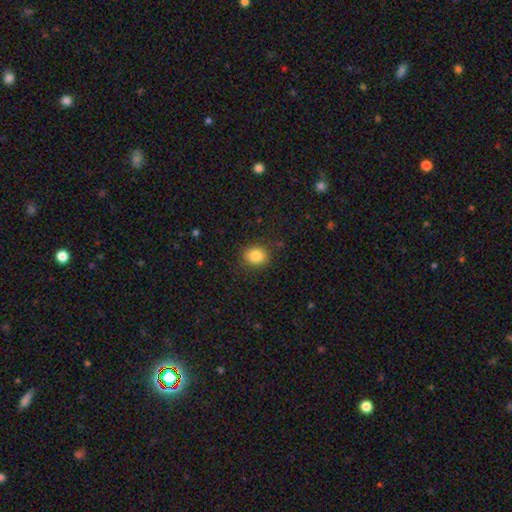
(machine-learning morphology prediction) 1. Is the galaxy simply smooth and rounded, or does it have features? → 85% smooth, 10% star or artifact, 5% featured or disk.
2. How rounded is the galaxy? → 62% round, 37% in between, 1% cigar-shaped.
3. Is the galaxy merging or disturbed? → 87% none, 9% minor disturbance, 3% major disturbance, 1% merger.